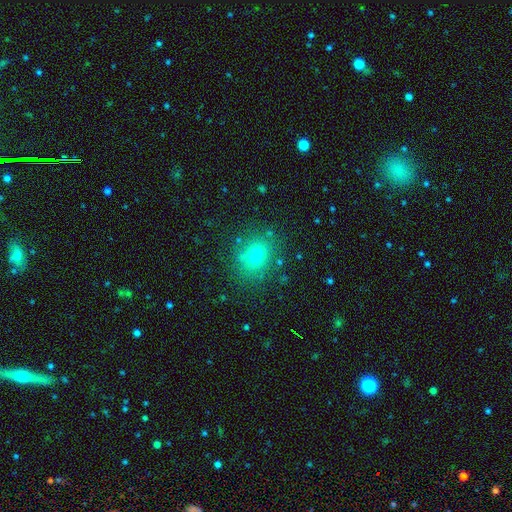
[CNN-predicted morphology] This is likely a smooth galaxy (71%). How rounded: likely round (69%). Merging: clearly none (81%).